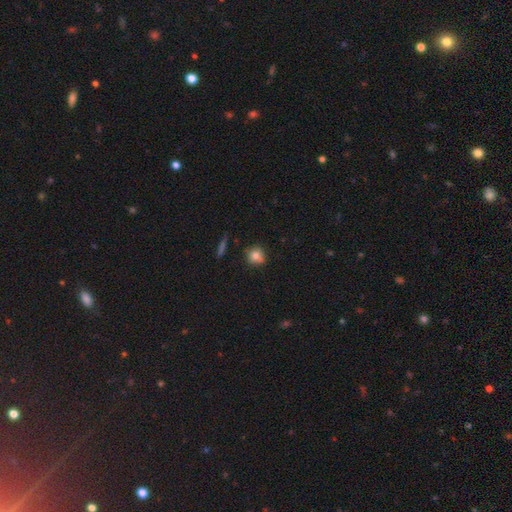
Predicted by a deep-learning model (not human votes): Smooth or featured?
  - smooth: 80% *
  - featured or disk: 10%
  - star or artifact: 10%
How rounded?
  - round: 86% *
  - in between: 12%
  - cigar-shaped: 2%
Merging?
  - none: 80% *
  - minor disturbance: 14%
  - merger: 3%
  - major disturbance: 3%